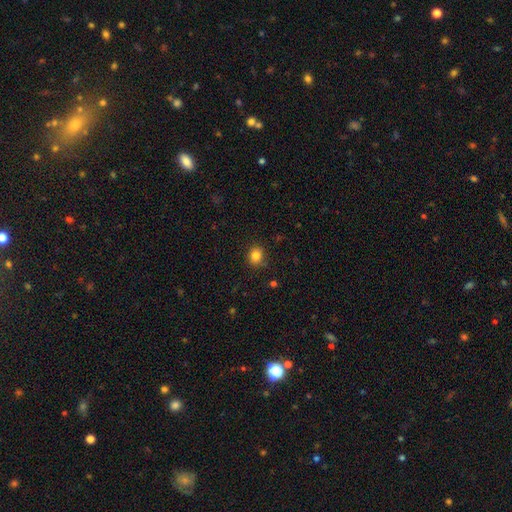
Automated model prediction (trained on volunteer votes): This is clearly a smooth galaxy (83%). How rounded: likely round (74%). Merging: clearly none (86%).